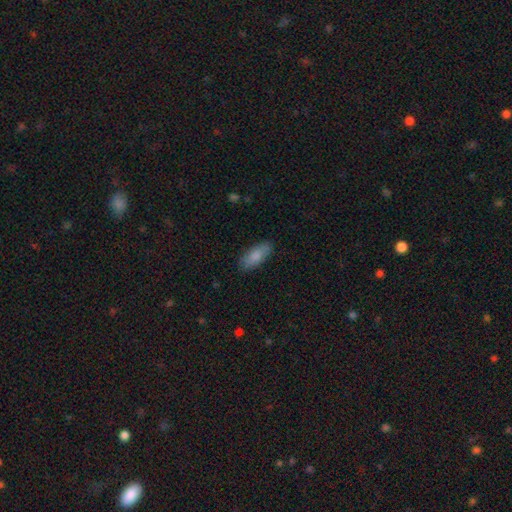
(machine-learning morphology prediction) smooth-or-featured: smooth: 84% | featured or disk: 10% | star or artifact: 6%
  how-rounded: in between: 77% | cigar-shaped: 21% | round: 2%
  merging: none: 85% | minor disturbance: 11% | major disturbance: 2% | merger: 1%